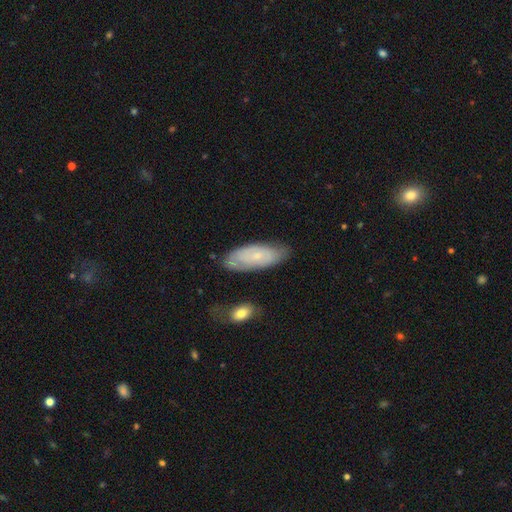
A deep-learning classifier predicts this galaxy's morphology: featured or disk 46% (tied), smooth 46% (tied), star or artifact 7%. Down the decision tree: merging — none (72%).